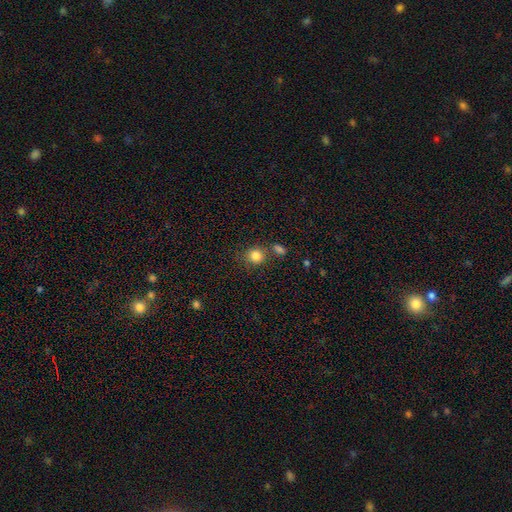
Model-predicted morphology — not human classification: Smooth or featured: smooth — 83% (star or artifact — 11%)
How rounded: round — 84% (in between — 15%)
Merging: none — 70% (merger — 14%)